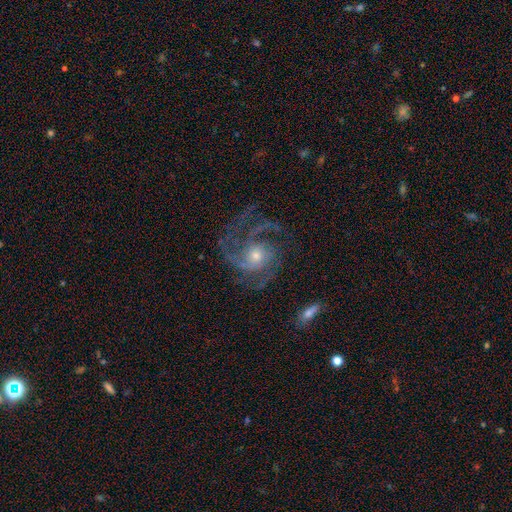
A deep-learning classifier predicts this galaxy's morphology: Overall: featured or disk (88%). Edge-on disk: no (98%). Bar: no (73%). Spiral arms: yes (97%). Spiral arm count: 3 (42%; 2 23%). Spiral winding: medium (50%; tight 33%). Bulge size: moderate (50%; small 42%). Merging: none (61%).